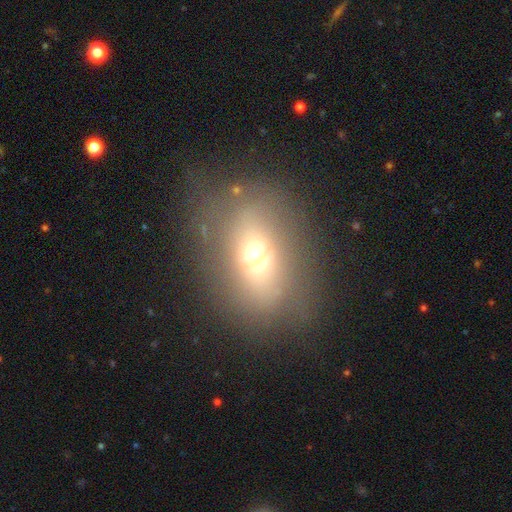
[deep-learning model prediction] Smooth or featured: smooth — 54% (featured or disk — 31%)
How rounded: in between — 66% (round — 30%)
Merging: none — 62% (minor disturbance — 20%)